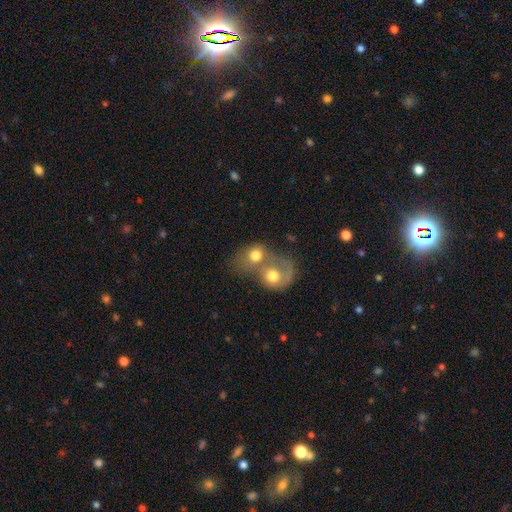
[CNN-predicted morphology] Overall: smooth (64%; featured or disk 27%). How rounded: round (60%; in between 39%). Merging: merger (75%).